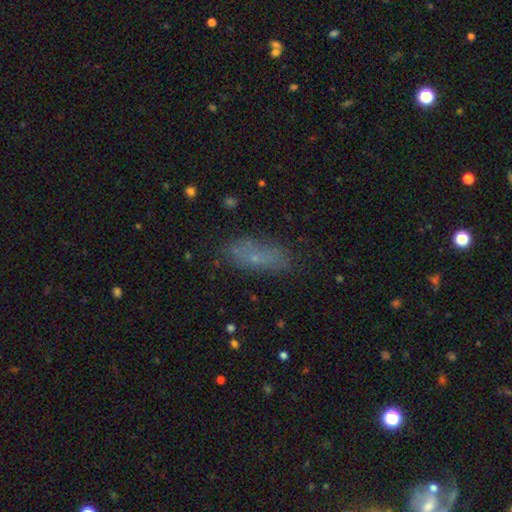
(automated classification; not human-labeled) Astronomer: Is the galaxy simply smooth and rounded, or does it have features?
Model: smooth — 63%.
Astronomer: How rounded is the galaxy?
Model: in between — 66%.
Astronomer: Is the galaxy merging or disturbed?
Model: none — 75%.